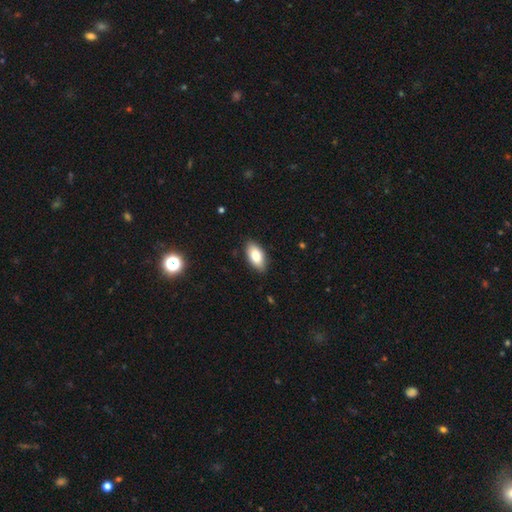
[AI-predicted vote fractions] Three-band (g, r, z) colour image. It shows a smooth galaxy with no disk features (82%) that is in between round and cigar-shaped (92%). Merging: none (87%).